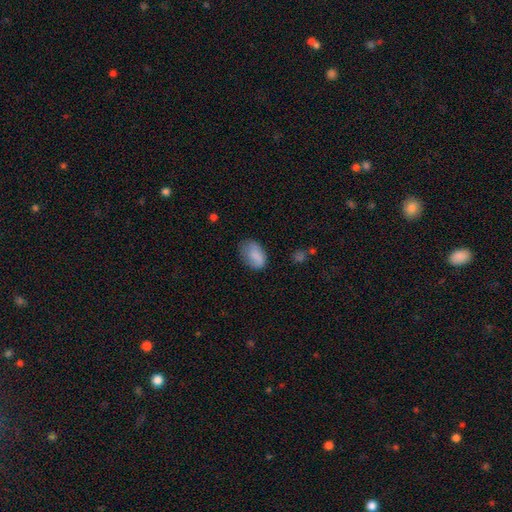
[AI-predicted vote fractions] Overall: smooth (84%). How rounded: in between (89%). Merging: none (60%; minor disturbance 29%).